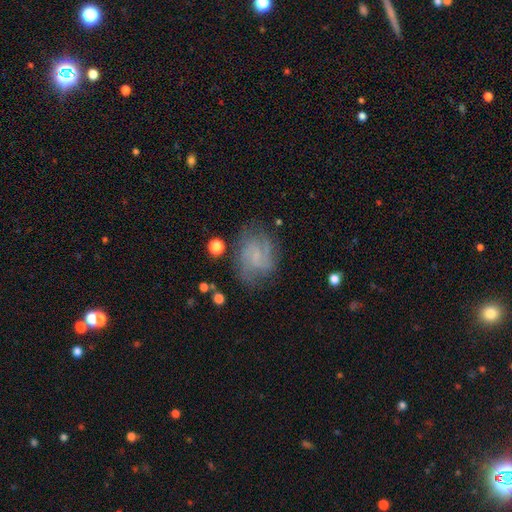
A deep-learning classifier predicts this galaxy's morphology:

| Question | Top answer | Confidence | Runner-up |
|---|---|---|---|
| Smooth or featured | featured or disk | 68% | smooth (22%) |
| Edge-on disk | no | 98% | yes (2%) |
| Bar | no | 51% | weak (41%) |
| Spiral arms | yes | 88% | no (12%) |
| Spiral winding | medium | 44% | tight (36%) |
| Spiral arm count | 2 | 45% | can't tell (27%) |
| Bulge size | small | 48% | none (41%) |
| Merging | none | 68% | minor disturbance (19%) |